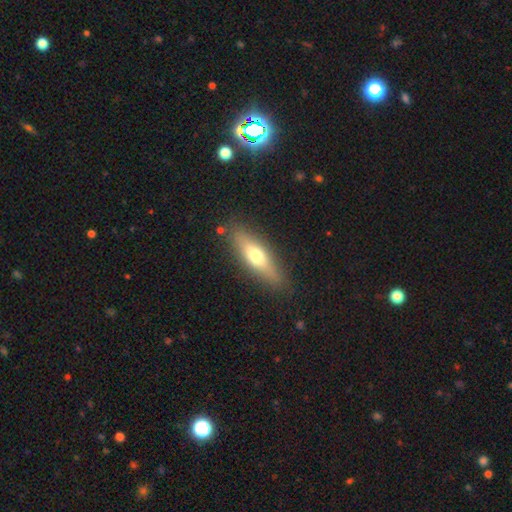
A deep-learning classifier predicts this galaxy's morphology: A smooth galaxy with no disk features (58%) that is cigar-shaped (57%). Merging: none (85%).